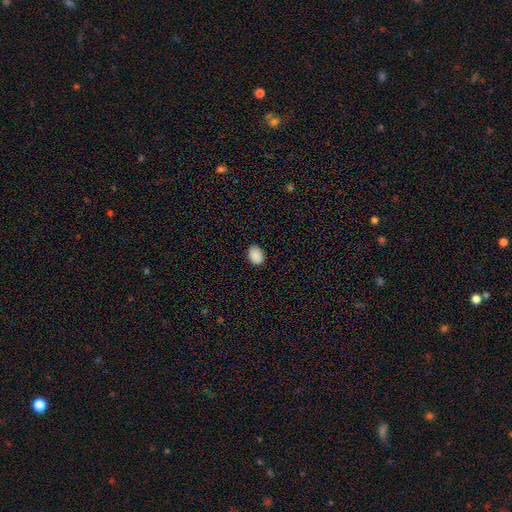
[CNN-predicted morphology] Smooth or featured?
  - smooth: 89% *
  - star or artifact: 8%
  - featured or disk: 3%
How rounded?
  - in between: 70% *
  - round: 29%
  - cigar-shaped: 1%
Merging?
  - none: 86% *
  - minor disturbance: 11%
  - major disturbance: 2%
  - merger: 1%